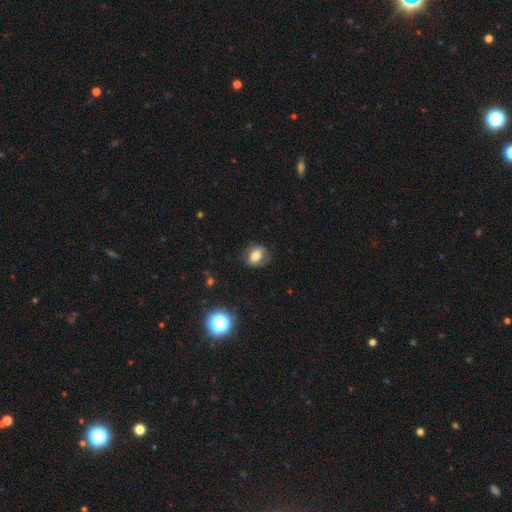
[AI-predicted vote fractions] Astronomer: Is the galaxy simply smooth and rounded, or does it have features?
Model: smooth — 73%.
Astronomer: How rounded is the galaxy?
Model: in between — 52% (runner-up: round, 46%).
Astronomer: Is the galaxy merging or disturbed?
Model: none — 81%.